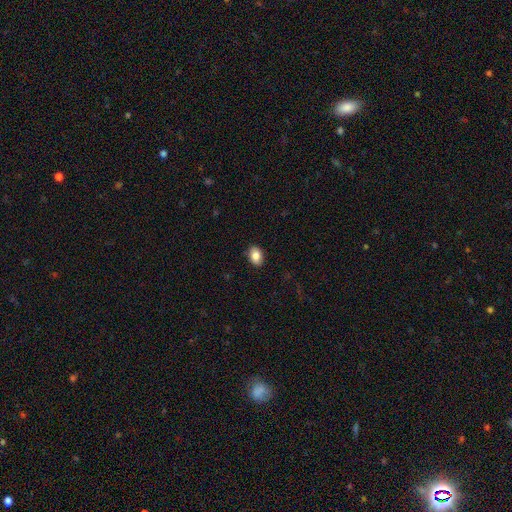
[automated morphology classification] smooth-or-featured: smooth: 86% | star or artifact: 8% | featured or disk: 6%
  how-rounded: in between: 81% | round: 18% | cigar-shaped: 1%
  merging: none: 88% | minor disturbance: 9% | major disturbance: 2% | merger: 1%